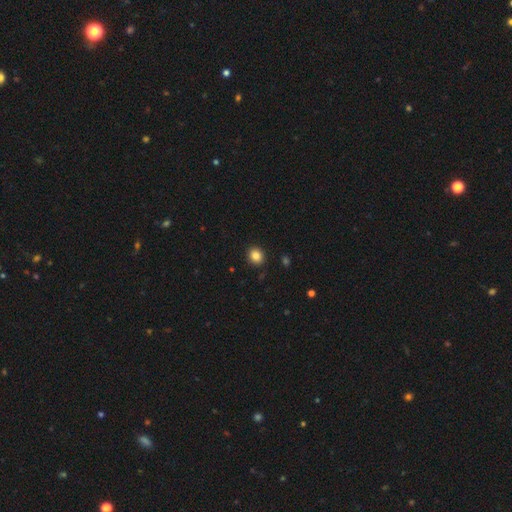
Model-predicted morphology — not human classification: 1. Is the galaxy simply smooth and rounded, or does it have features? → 85% smooth, 10% star or artifact, 5% featured or disk.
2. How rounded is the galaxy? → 80% round, 20% in between, 1% cigar-shaped.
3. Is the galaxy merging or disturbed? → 92% none, 5% minor disturbance, 2% major disturbance, 1% merger.